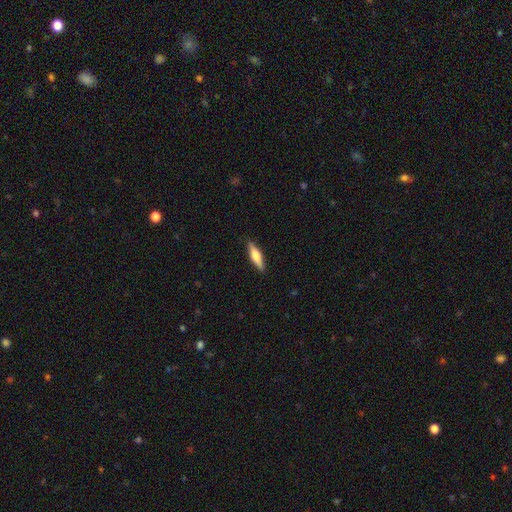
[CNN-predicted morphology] A smooth galaxy with no disk features (54%) that is cigar-shaped (68%). Merging: none (89%).